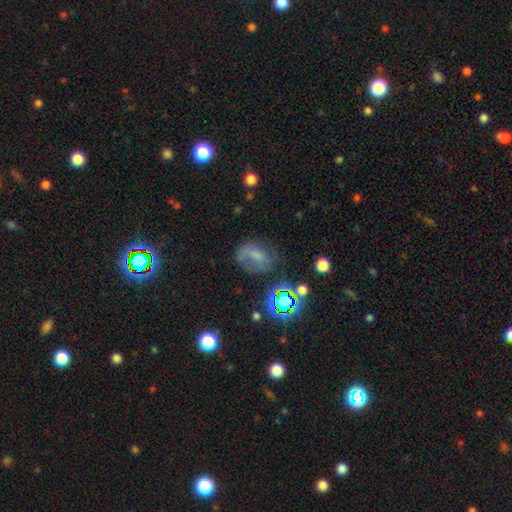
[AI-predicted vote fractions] Smooth or featured?
  - smooth: 50% *
  - featured or disk: 26%
  - star or artifact: 24%
Merging?
  - none: 46% *
  - minor disturbance: 26%
  - major disturbance: 23%
  - merger: 4%